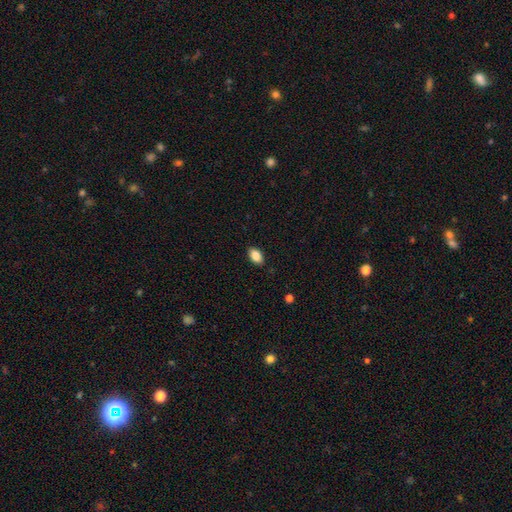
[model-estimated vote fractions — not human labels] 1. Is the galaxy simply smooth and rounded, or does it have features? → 87% smooth, 8% star or artifact, 6% featured or disk.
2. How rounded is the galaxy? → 90% in between, 8% round, 2% cigar-shaped.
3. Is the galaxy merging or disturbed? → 88% none, 9% minor disturbance, 2% major disturbance, 1% merger.